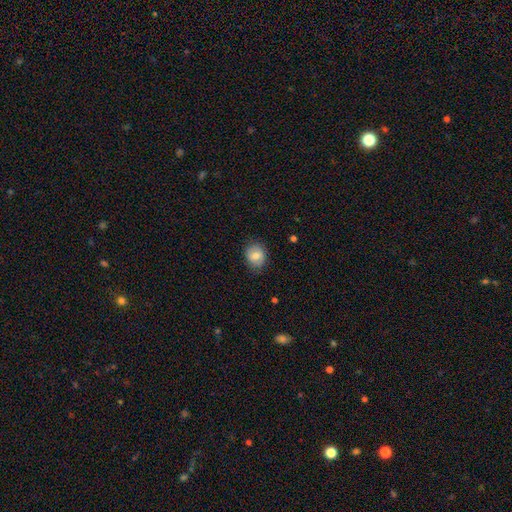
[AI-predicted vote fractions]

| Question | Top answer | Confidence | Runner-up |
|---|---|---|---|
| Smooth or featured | smooth | 75% | featured or disk (16%) |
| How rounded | round | 64% | in between (35%) |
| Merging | none | 81% | minor disturbance (15%) |